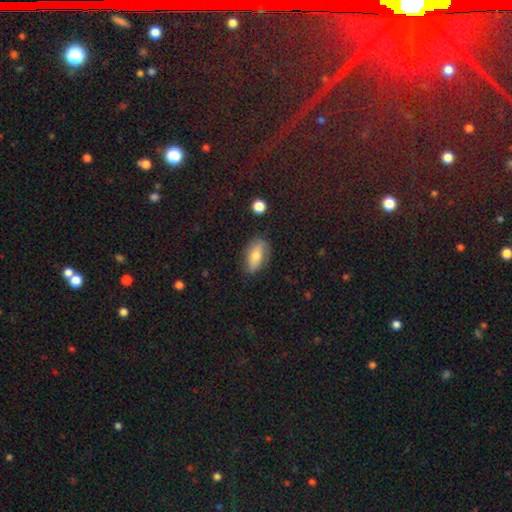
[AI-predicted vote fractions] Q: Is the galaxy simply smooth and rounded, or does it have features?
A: smooth — 65%.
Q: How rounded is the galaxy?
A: in between — 85%.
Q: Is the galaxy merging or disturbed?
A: none — 70%.